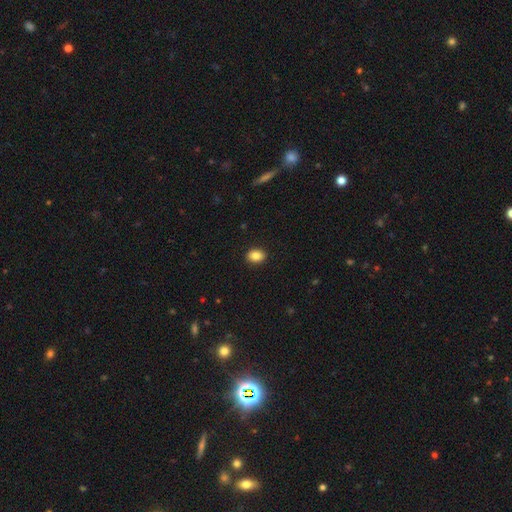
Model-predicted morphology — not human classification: A smooth galaxy with no disk features (85%) that is in between round and cigar-shaped (66%).

Vote fractions:
- Smooth or featured? smooth: 85% / star or artifact: 9% / featured or disk: 6%
- How rounded? in between: 66% / round: 33% / cigar-shaped: 1%
- Merging? none: 90% / minor disturbance: 7% / major disturbance: 2% / merger: 1%